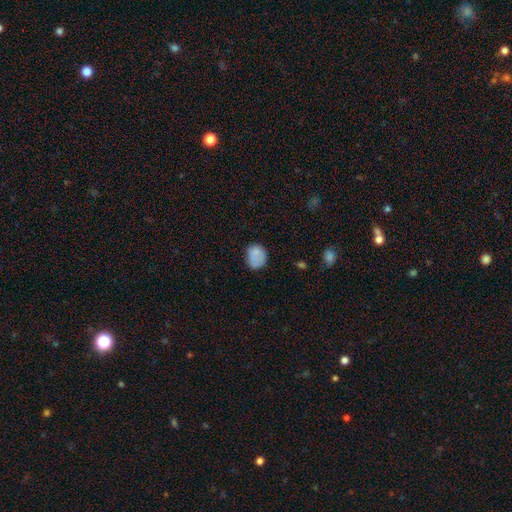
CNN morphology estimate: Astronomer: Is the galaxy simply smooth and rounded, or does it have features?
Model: smooth — 81%.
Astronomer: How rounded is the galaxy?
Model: round — 55% (runner-up: in between, 44%).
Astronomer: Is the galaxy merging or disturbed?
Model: none — 57%.